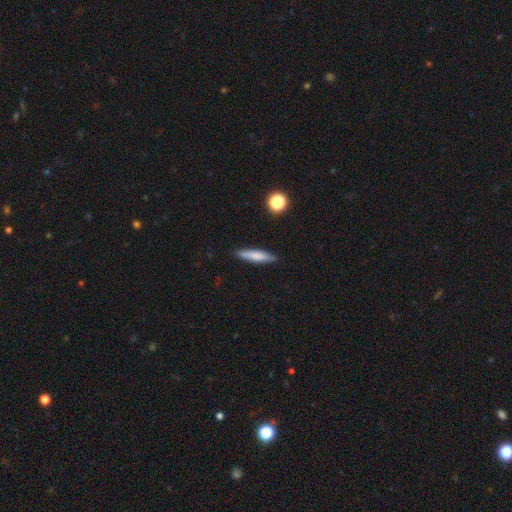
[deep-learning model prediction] Overall: smooth (72%). How rounded: cigar-shaped (83%). Merging: none (88%).